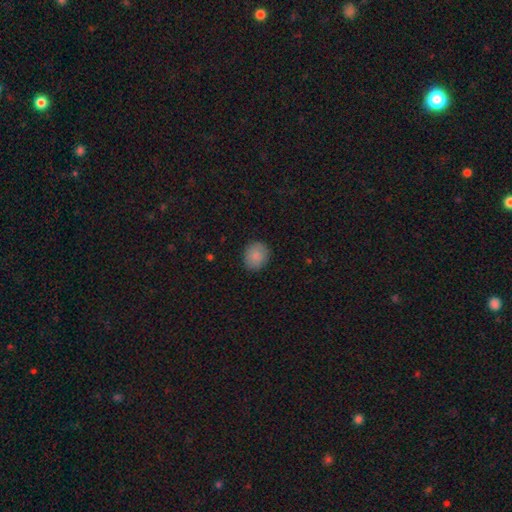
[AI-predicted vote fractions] smooth-or-featured: smooth: 87% | star or artifact: 8% | featured or disk: 5%
  how-rounded: round: 67% | in between: 32% | cigar-shaped: 1%
  merging: none: 87% | minor disturbance: 9% | major disturbance: 2% | merger: 1%